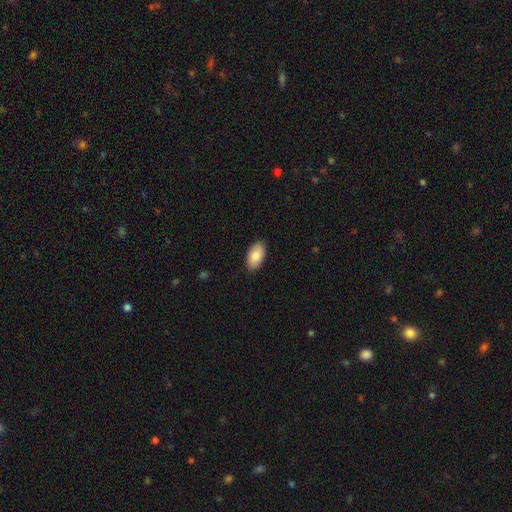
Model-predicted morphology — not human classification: type=smooth (88%); roundness=in between (95%); merging=none (88%).